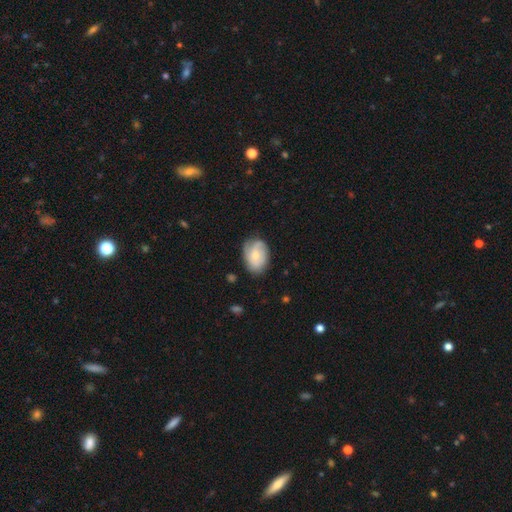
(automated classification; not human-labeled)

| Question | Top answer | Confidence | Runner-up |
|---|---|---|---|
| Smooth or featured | smooth | 48% | featured or disk (46%) |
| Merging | none | 68% | minor disturbance (24%) |